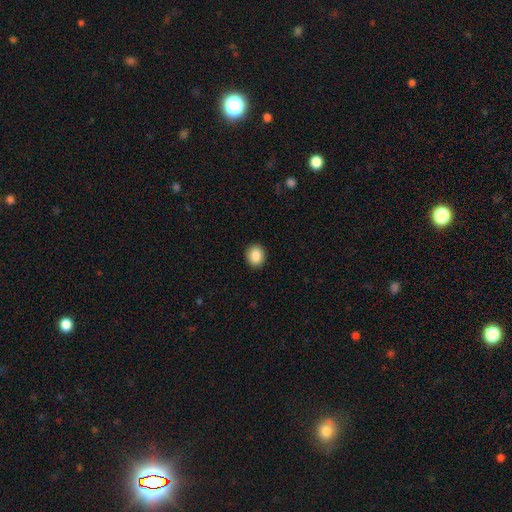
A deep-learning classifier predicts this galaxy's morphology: smooth 87%, star or artifact 8%, featured or disk 4%. Down the decision tree: how rounded — round (68%); merging — none (91%).